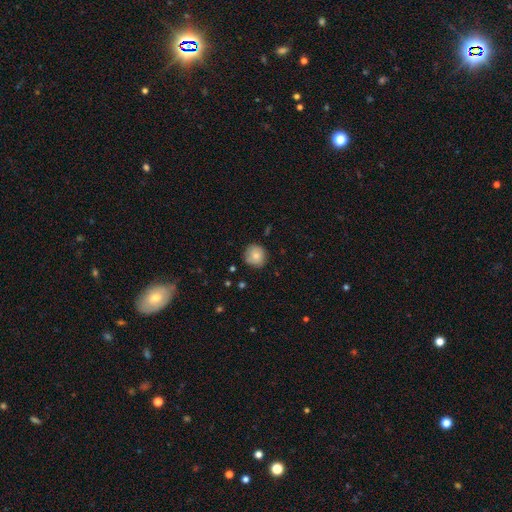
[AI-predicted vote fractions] Morphology: type=smooth (75%); roundness=round (91%); merging=none (81%).